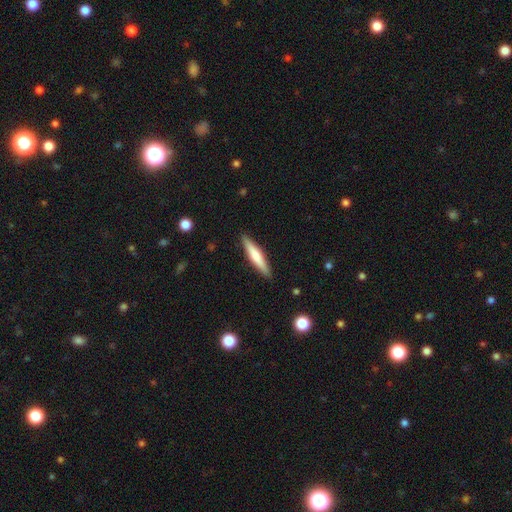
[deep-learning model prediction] This appears to be a smooth galaxy with no disk features (59%) that is cigar-shaped (89%). Merging: none (90%).